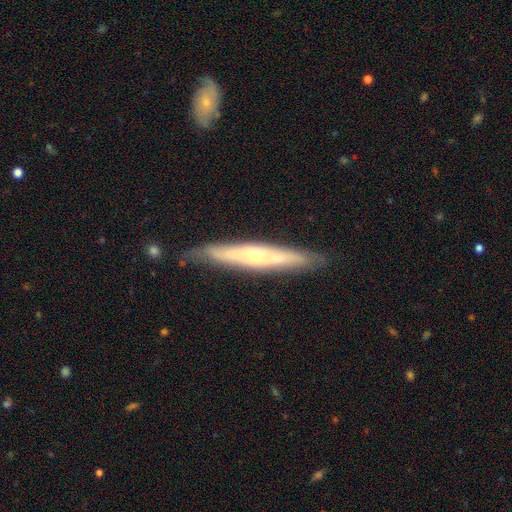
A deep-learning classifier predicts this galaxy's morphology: Smooth or featured: featured or disk — 65% (smooth — 29%)
Edge-on disk: yes — 78% (no — 22%)
Edge-on bulge: rounded — 69% (none — 27%)
Merging: none — 81% (minor disturbance — 15%)